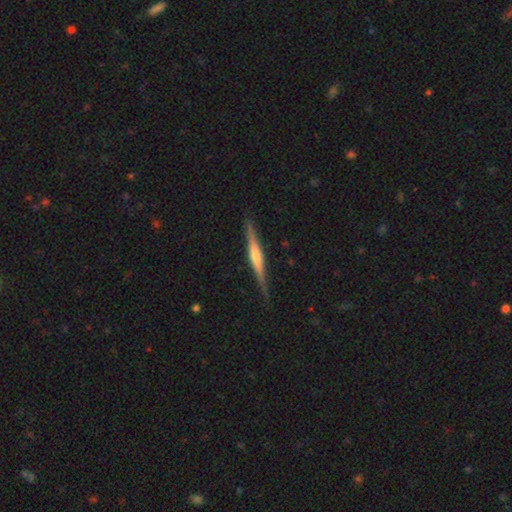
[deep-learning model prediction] A featured or disk galaxy (70%) viewed edge-on (98%) with a rounded central bulge (59%).

Vote fractions:
- Smooth or featured? featured or disk: 70% / smooth: 25% / star or artifact: 5%
- Edge-on disk? yes: 98% / no: 2%
- Edge-on bulge? rounded: 59% / none: 22% / boxy: 19%
- Merging? none: 88% / minor disturbance: 9% / major disturbance: 2% / merger: 1%